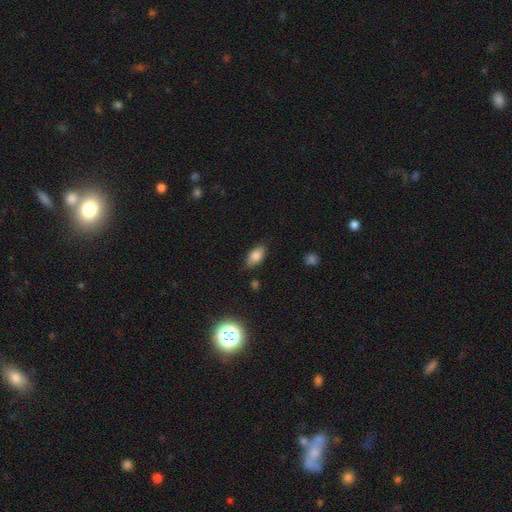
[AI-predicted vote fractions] smooth_or_featured: smooth (p=0.81) [alt: featured or disk p=0.10]
how_rounded: in between (p=0.91) [alt: cigar-shaped p=0.06]
merging: none (p=0.82) [alt: minor disturbance p=0.13]